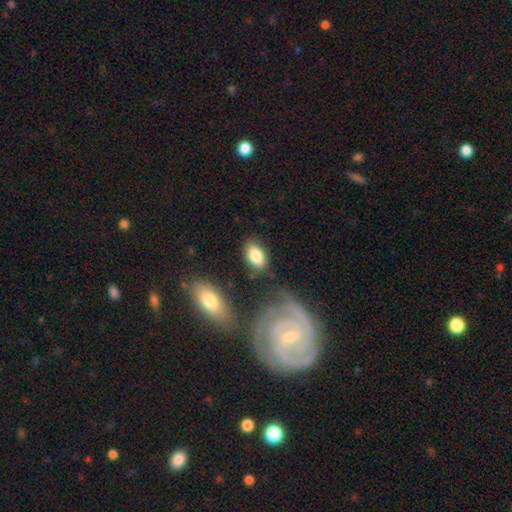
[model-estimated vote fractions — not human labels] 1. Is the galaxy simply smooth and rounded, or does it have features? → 82% smooth, 11% featured or disk, 7% star or artifact.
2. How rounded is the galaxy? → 91% in between, 7% round, 2% cigar-shaped.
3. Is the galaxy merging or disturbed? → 78% none, 14% minor disturbance, 4% merger, 4% major disturbance.